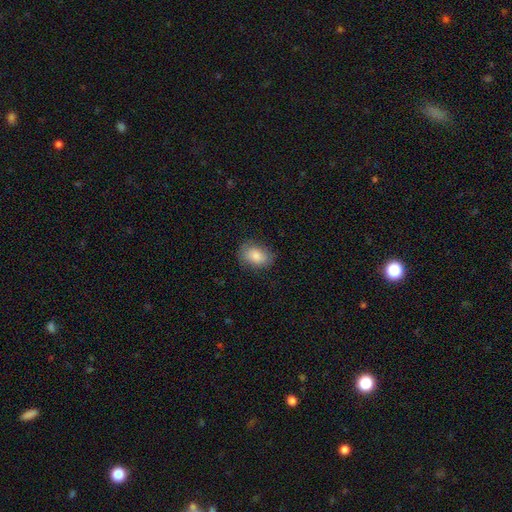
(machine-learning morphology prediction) Smooth or featured? Predicted: smooth (p=0.82). How rounded? Predicted: in between (p=0.79). Merging? Predicted: none (p=0.79).